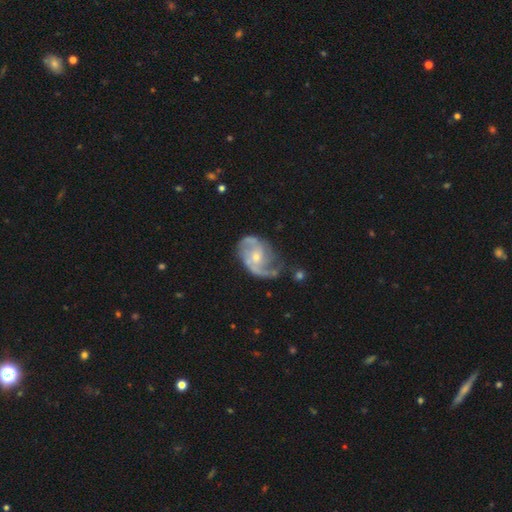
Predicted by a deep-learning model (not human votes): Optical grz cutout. It shows a featured or disk galaxy (86%) with no bar (57%), 2 (71%) medium (49%) spiral arms (95%) and a small central bulge (50%). Merging: none (55%).